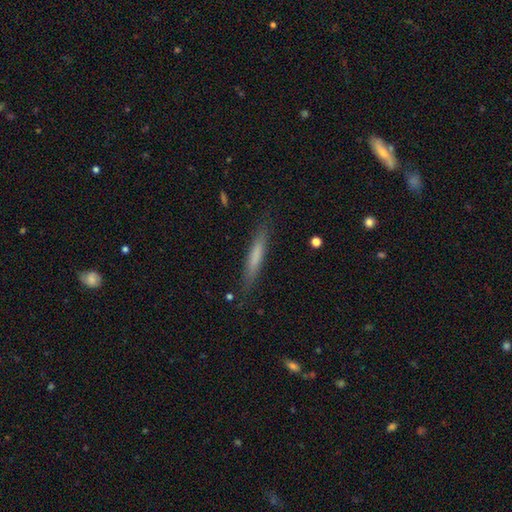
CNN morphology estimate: Smooth or featured? Predicted: smooth (p=0.66). How rounded? Predicted: cigar-shaped (p=0.93). Merging? Predicted: none (p=0.85).